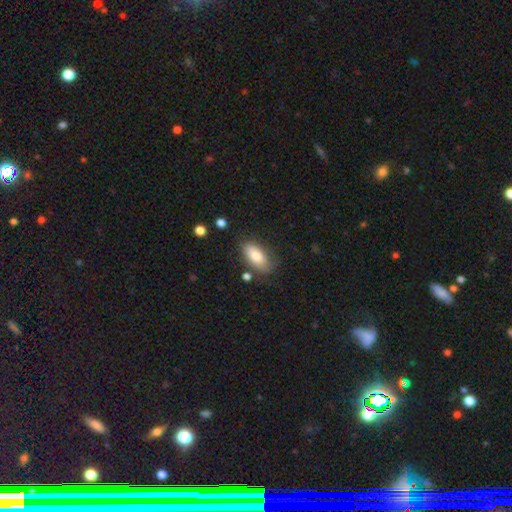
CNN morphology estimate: Smooth or featured? smooth (80%)
How rounded? in between (90%)
Merging? none (75%)